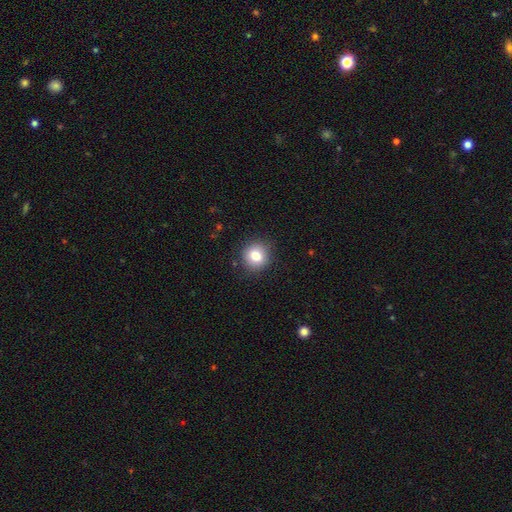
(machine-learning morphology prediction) Smooth or featured? Predicted: smooth (p=0.80). How rounded? Predicted: round (p=0.90). Merging? Predicted: none (p=0.90).